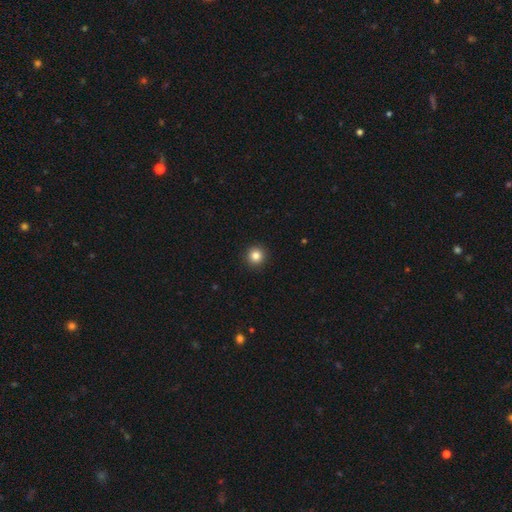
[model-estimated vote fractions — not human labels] Morphology: type=smooth (84%); roundness=round (95%); merging=none (93%).